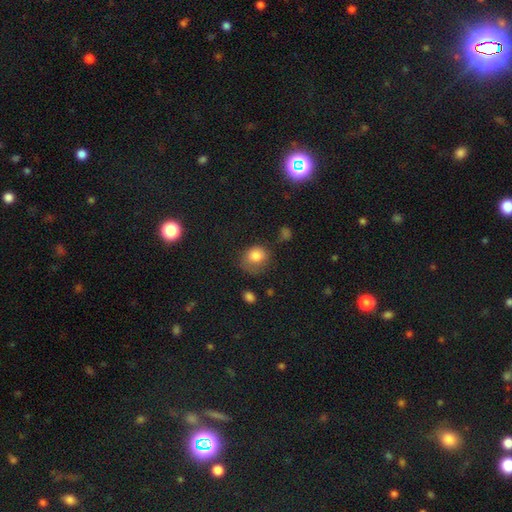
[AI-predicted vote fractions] Smooth or featured? smooth (81%)
How rounded? round (66%)
Merging? none (49%)